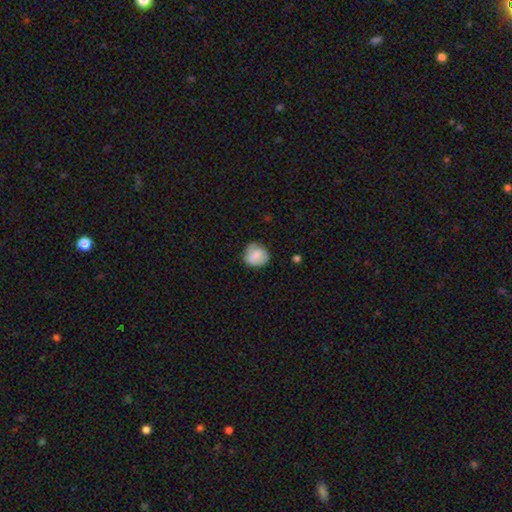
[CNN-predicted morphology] type=smooth (80%); roundness=round (80%); merging=none (67%).